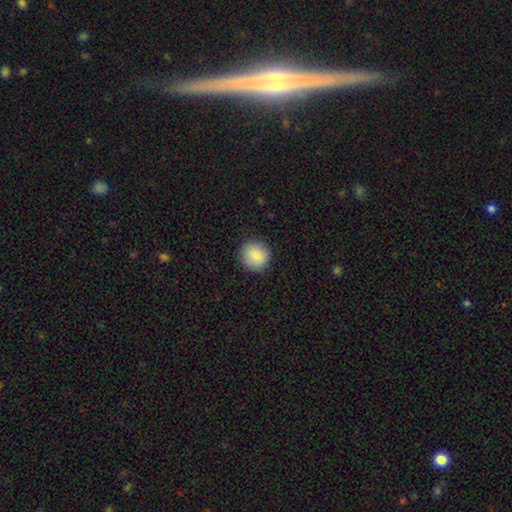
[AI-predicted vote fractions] Smooth or featured?
  - smooth: 87% *
  - star or artifact: 8%
  - featured or disk: 6%
How rounded?
  - round: 91% *
  - in between: 8%
  - cigar-shaped: 1%
Merging?
  - none: 90% *
  - minor disturbance: 7%
  - major disturbance: 2%
  - merger: 1%